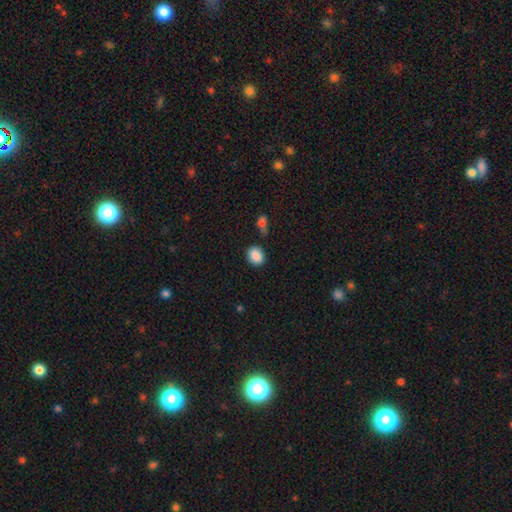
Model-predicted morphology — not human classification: smooth-or-featured: smooth: 88% | star or artifact: 8% | featured or disk: 4%
  how-rounded: round: 59% | in between: 40% | cigar-shaped: 1%
  merging: none: 81% | minor disturbance: 12% | merger: 4% | major disturbance: 3%